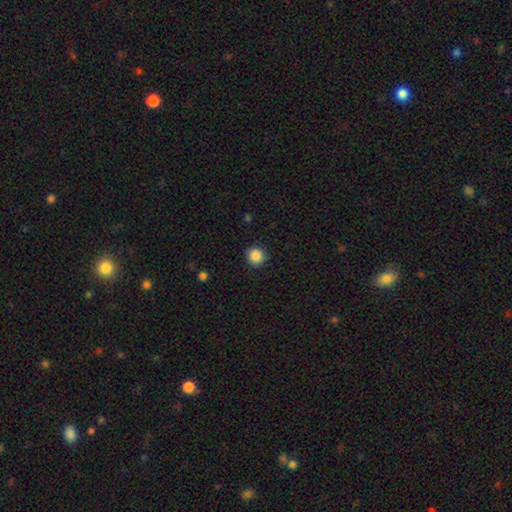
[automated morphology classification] type=smooth (88%); roundness=round (94%); merging=none (91%).